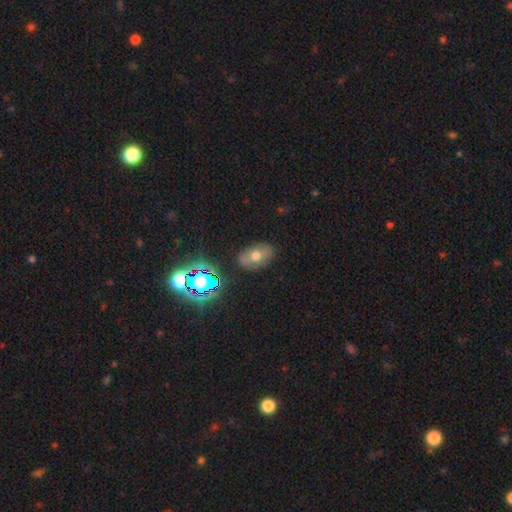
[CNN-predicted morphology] Q: Smooth or featured?
A: smooth (52%); runner-up: featured or disk (27%)
Q: How rounded?
A: in between (84%); runner-up: round (14%)
Q: Merging?
A: none (82%); runner-up: minor disturbance (12%)